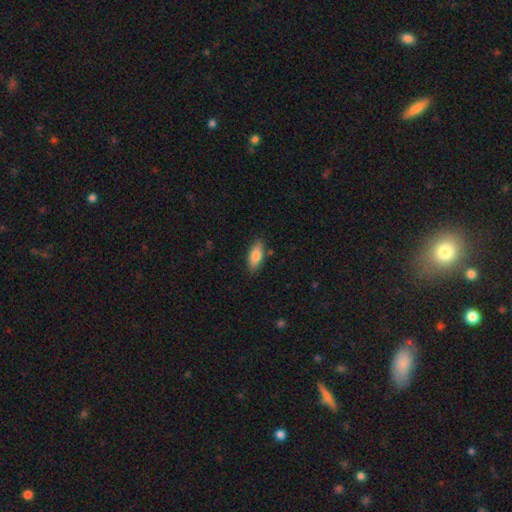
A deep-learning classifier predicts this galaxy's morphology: The model was most divided on "how rounded": in between: 76%, cigar-shaped: 22%, round: 2%. More confident: merging — none (85%); smooth or featured — smooth (79%).